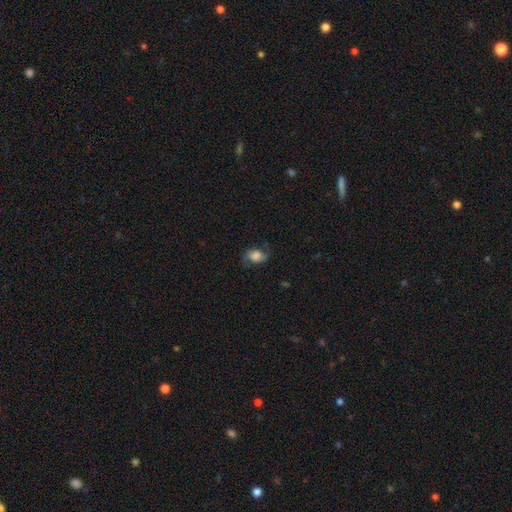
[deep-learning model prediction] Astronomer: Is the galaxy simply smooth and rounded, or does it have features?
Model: smooth — 53% (runner-up: featured or disk, 36%).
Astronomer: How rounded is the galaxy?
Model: in between — 70%.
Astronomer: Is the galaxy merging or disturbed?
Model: none — 63%.